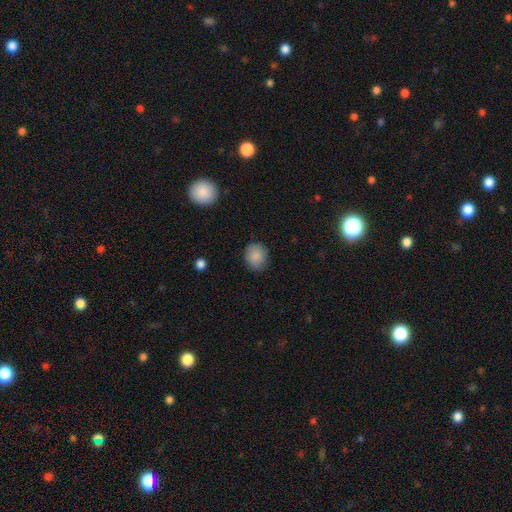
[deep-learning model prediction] A smooth galaxy with no disk features (87%) that is round (74%).

Vote fractions:
- Smooth or featured? smooth: 87% / star or artifact: 8% / featured or disk: 5%
- How rounded? round: 74% / in between: 25% / cigar-shaped: 1%
- Merging? none: 84% / minor disturbance: 12% / major disturbance: 3% / merger: 1%